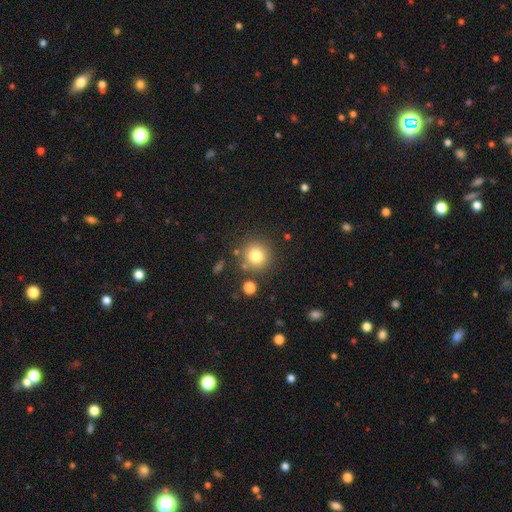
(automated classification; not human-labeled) smooth_or_featured: smooth (p=0.79) [alt: star or artifact p=0.13]
how_rounded: round (p=0.93) [alt: in between p=0.06]
merging: none (p=0.82) [alt: minor disturbance p=0.08]